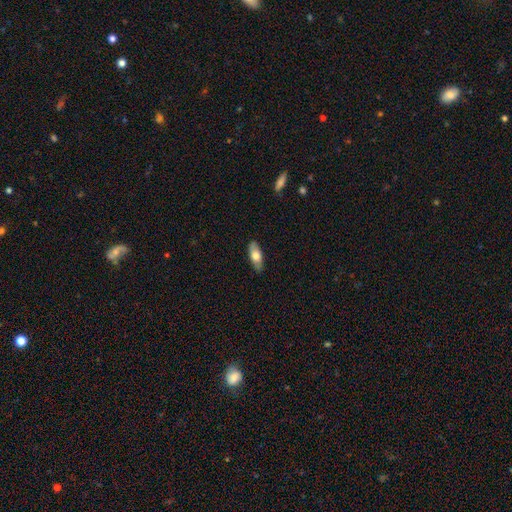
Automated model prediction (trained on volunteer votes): Smooth or featured?
  - smooth: 65% *
  - featured or disk: 29%
  - star or artifact: 6%
How rounded?
  - in between: 77% *
  - cigar-shaped: 20%
  - round: 3%
Merging?
  - none: 87% *
  - minor disturbance: 10%
  - major disturbance: 2%
  - merger: 1%